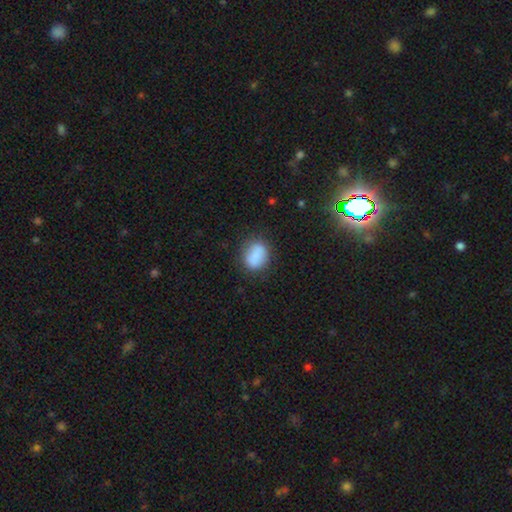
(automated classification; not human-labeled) This appears to be a smooth galaxy with no disk features (83%) that is in between round and cigar-shaped (57%). Merging: none (74%).